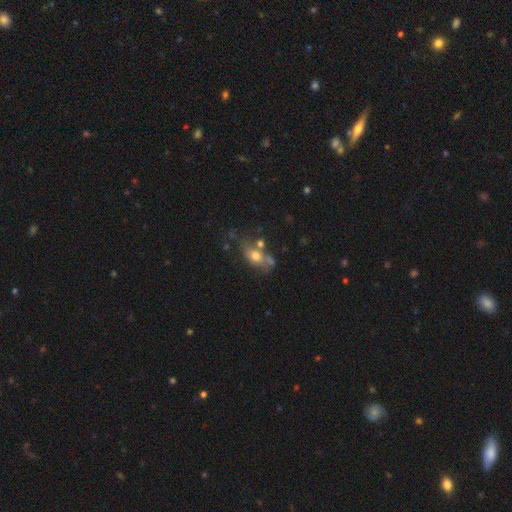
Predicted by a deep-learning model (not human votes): Smooth or featured? smooth (59%)
How rounded? in between (71%)
Merging? none (40%)